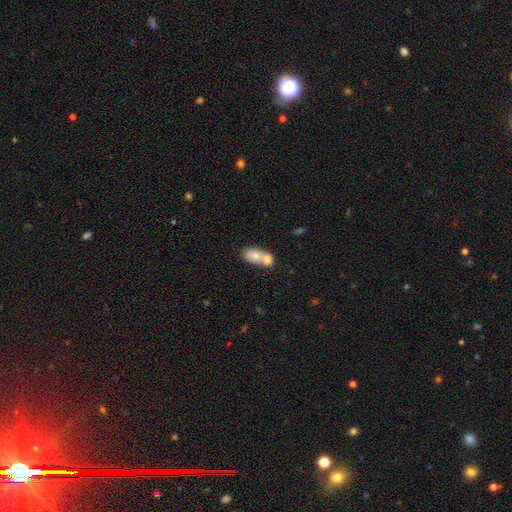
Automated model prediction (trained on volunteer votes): Smooth or featured?
  - smooth: 69% *
  - featured or disk: 23%
  - star or artifact: 8%
How rounded?
  - in between: 75% *
  - round: 20%
  - cigar-shaped: 6%
Merging?
  - merger: 66% *
  - none: 23%
  - minor disturbance: 7%
  - major disturbance: 4%